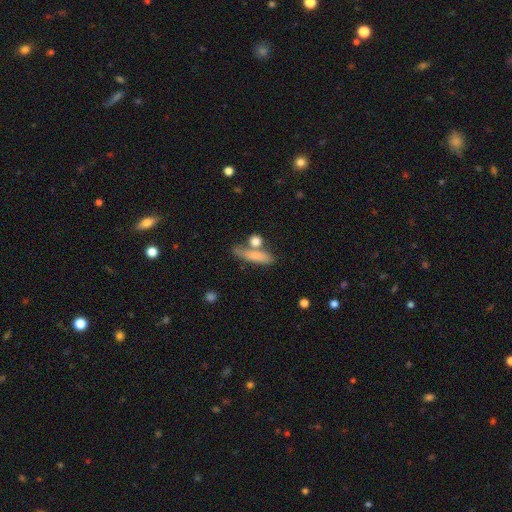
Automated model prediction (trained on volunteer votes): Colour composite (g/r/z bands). It shows a smooth galaxy with no disk features (74%) that is cigar-shaped (59%). Merging: none (48%).